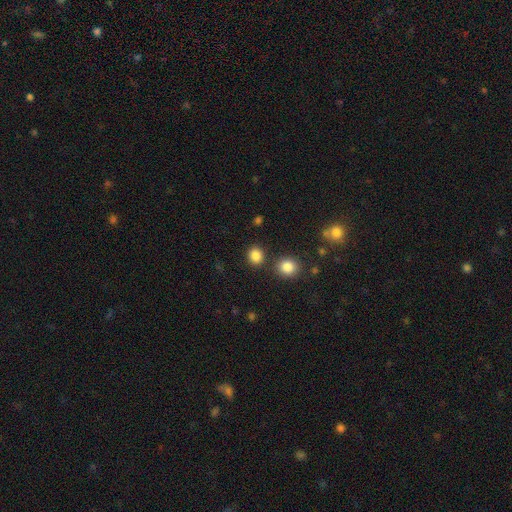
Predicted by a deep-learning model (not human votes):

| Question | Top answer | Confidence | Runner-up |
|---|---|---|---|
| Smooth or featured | smooth | 85% | star or artifact (11%) |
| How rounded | round | 79% | in between (20%) |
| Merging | none | 82% | minor disturbance (8%) |